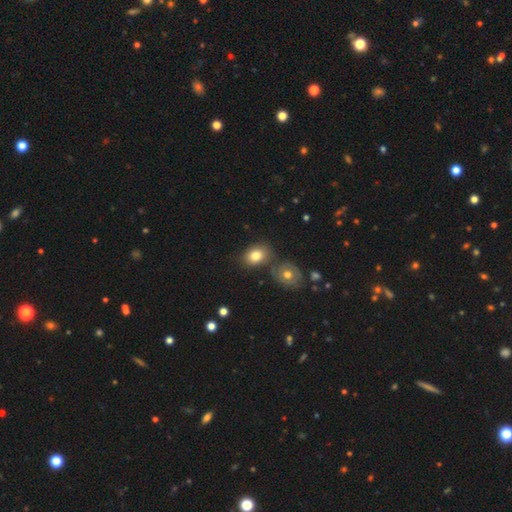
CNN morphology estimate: This appears to be a smooth galaxy with no disk features (80%) that is in between round and cigar-shaped (68%). Merging: none (63%).